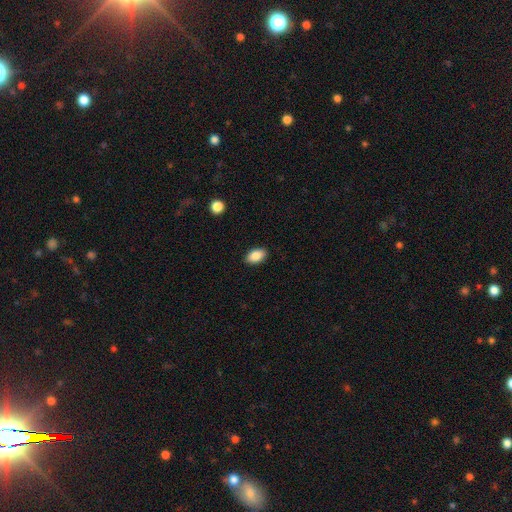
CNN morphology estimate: smooth_or_featured: smooth (p=0.88) [alt: star or artifact p=0.08]
how_rounded: in between (p=0.92) [alt: round p=0.07]
merging: none (p=0.89) [alt: minor disturbance p=0.08]